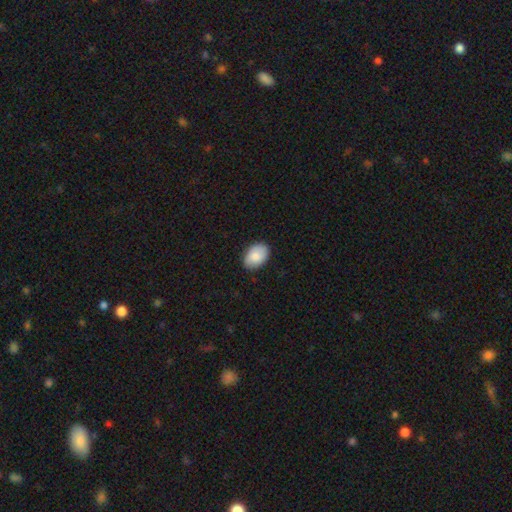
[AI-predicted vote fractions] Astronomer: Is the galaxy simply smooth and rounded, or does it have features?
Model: smooth — 86%.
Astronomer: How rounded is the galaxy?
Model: in between — 85%.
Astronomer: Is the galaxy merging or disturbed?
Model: none — 84%.